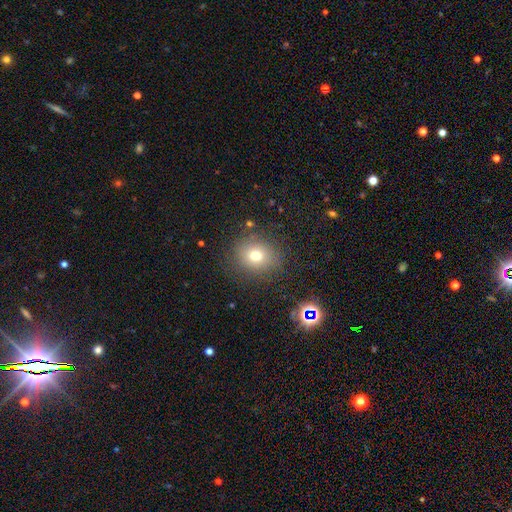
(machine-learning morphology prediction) Smooth or featured?
  - smooth: 72% *
  - star or artifact: 16%
  - featured or disk: 12%
How rounded?
  - round: 73% *
  - in between: 27%
  - cigar-shaped: 1%
Merging?
  - none: 83% *
  - minor disturbance: 10%
  - major disturbance: 4%
  - merger: 2%